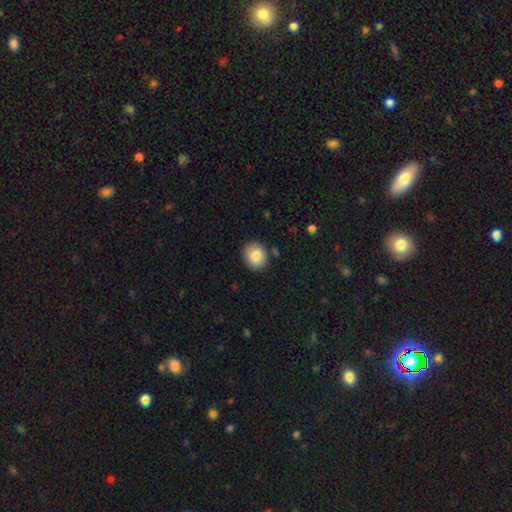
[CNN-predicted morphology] A smooth galaxy with no disk features (84%) that is round (73%).

Vote fractions:
- Smooth or featured? smooth: 84% / featured or disk: 8% / star or artifact: 8%
- How rounded? round: 73% / in between: 26% / cigar-shaped: 1%
- Merging? none: 86% / minor disturbance: 10% / major disturbance: 2% / merger: 2%